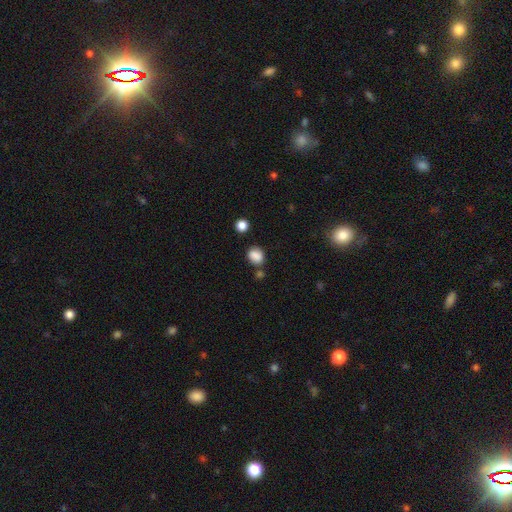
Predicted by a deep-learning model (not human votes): Morphology: type=smooth (86%); roundness=round (52%); merging=none (70%).